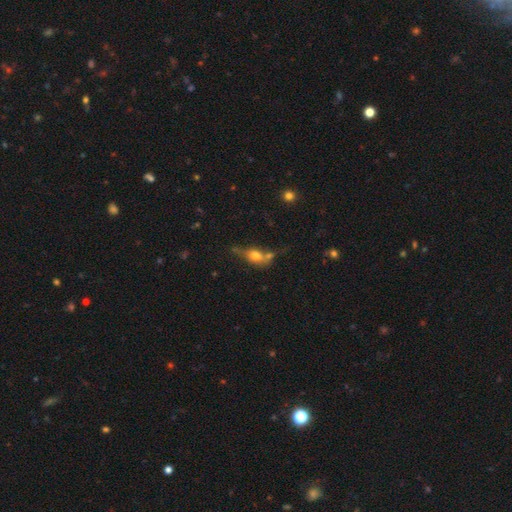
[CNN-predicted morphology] This appears to be a smooth galaxy with no disk features (62%) that is in between round and cigar-shaped (61%). Merging: none (35%).